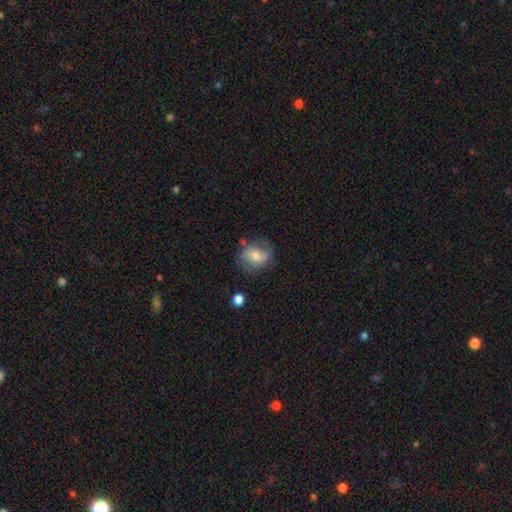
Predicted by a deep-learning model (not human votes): Q: Smooth or featured?
A: smooth (59%); runner-up: featured or disk (32%)
Q: How rounded?
A: round (62%); runner-up: in between (37%)
Q: Merging?
A: none (65%); runner-up: minor disturbance (23%)